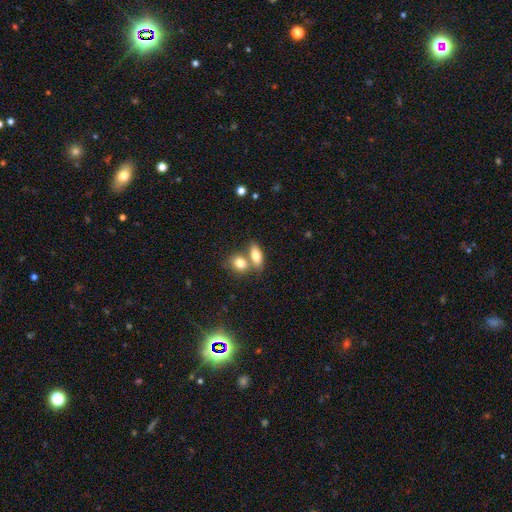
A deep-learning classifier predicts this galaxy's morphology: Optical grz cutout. It shows a smooth galaxy with no disk features (79%) that is in between round and cigar-shaped (82%). Merging: merger (49%).